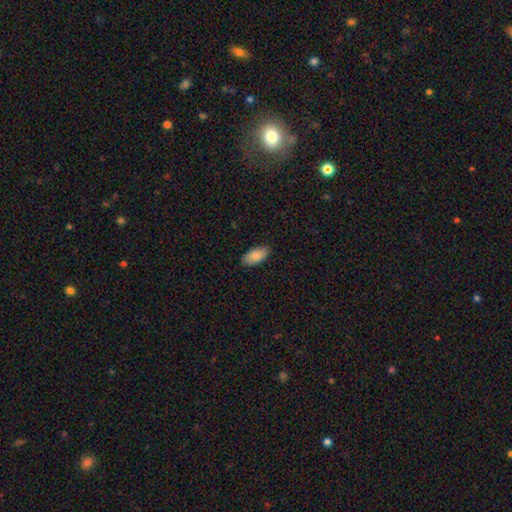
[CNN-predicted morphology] type=smooth (88%); roundness=in between (92%); merging=none (87%).